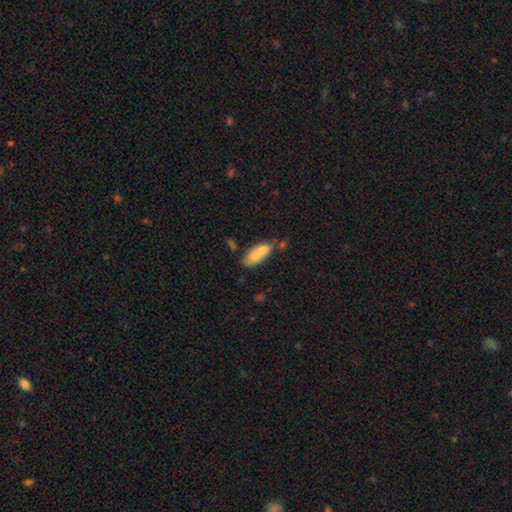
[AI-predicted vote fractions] Overall: smooth (72%). How rounded: in between (80%). Merging: none (44%; merger 30%).